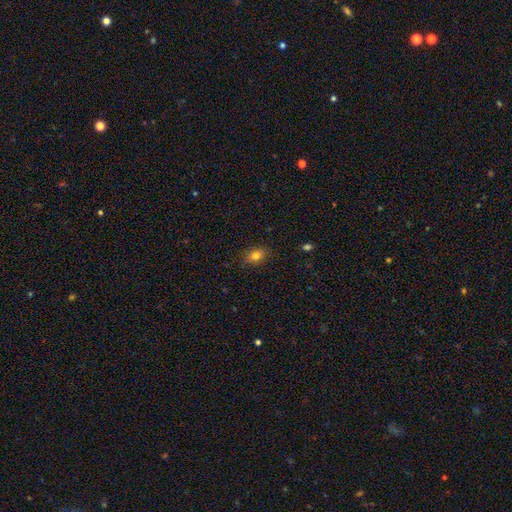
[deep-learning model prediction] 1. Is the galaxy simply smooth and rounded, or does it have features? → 81% smooth, 12% star or artifact, 8% featured or disk.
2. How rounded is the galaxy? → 63% in between, 36% round, 1% cigar-shaped.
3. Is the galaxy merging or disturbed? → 86% none, 11% minor disturbance, 2% major disturbance, 1% merger.